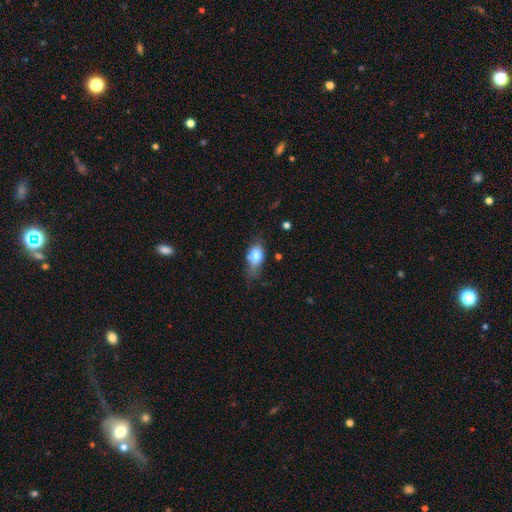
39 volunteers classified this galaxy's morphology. A smooth galaxy with no disk features (69%) that is in between round and cigar-shaped (81%).

Vote fractions:
- Smooth or featured? smooth: 69% / featured or disk: 18% / star or artifact: 13%
- How rounded? in between: 81% / cigar-shaped: 19% / round: 0%
- Merging? none: 50% / minor disturbance: 41% / merger: 6% / major disturbance: 3%